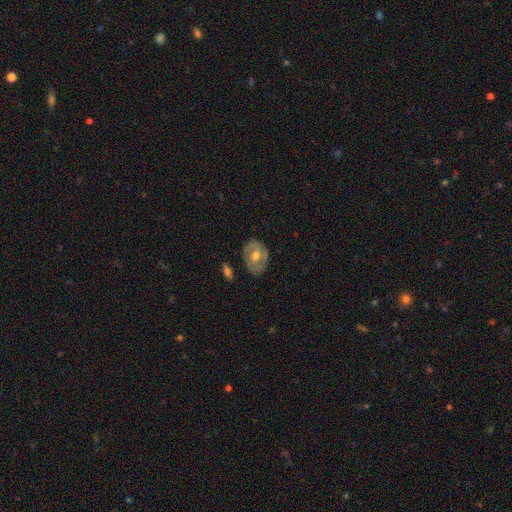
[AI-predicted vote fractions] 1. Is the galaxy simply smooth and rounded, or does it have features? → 57% featured or disk, 37% smooth, 6% star or artifact.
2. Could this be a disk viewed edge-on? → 94% no, 6% yes.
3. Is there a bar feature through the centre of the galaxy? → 60% no, 30% weak, 9% strong.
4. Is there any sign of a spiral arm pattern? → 61% no, 39% yes.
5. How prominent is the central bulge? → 74% moderate, 14% small, 9% large, 1% none, 1% dominant.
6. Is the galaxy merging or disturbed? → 75% none, 17% minor disturbance, 5% major disturbance, 2% merger.